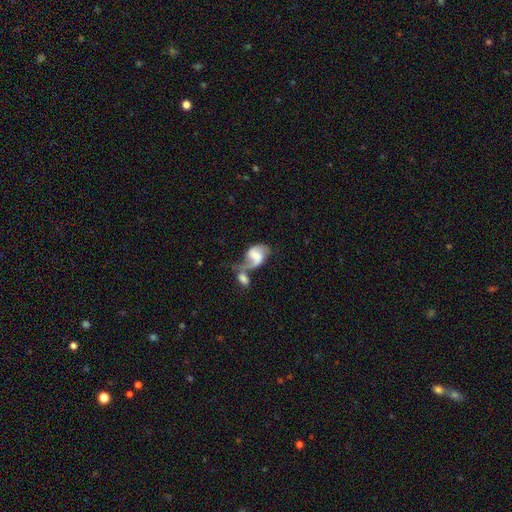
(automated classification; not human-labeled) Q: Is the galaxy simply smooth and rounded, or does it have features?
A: featured or disk — 60%.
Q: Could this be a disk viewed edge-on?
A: no — 97%.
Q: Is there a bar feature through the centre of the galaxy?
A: weak — 43%.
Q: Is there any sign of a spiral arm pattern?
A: yes — 82%.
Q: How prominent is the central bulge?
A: none — 27%, tied with moderate.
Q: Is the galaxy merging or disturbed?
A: merger — 56%.